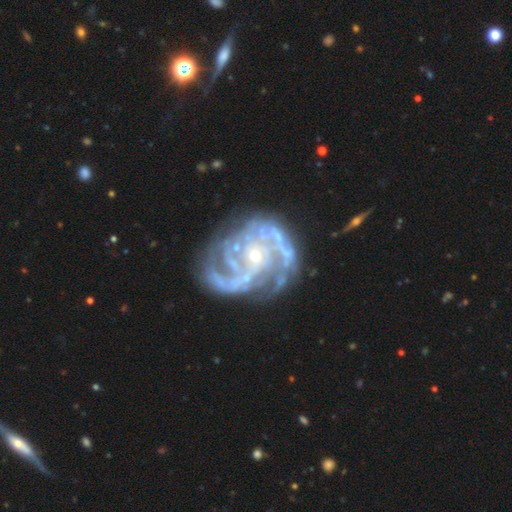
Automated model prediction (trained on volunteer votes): Q: Smooth or featured?
A: featured or disk (91%); runner-up: star or artifact (6%)
Q: Edge-on disk?
A: no (98%); runner-up: yes (2%)
Q: Bar?
A: no (66%); runner-up: weak (24%)
Q: Spiral arms?
A: yes (97%); runner-up: no (3%)
Q: Spiral winding?
A: tight (47%); runner-up: medium (43%)
Q: Spiral arm count?
A: 2 (31%); runner-up: 3 (26%)
Q: Bulge size?
A: small (78%); runner-up: moderate (18%)
Q: Merging?
A: none (63%); runner-up: minor disturbance (20%)